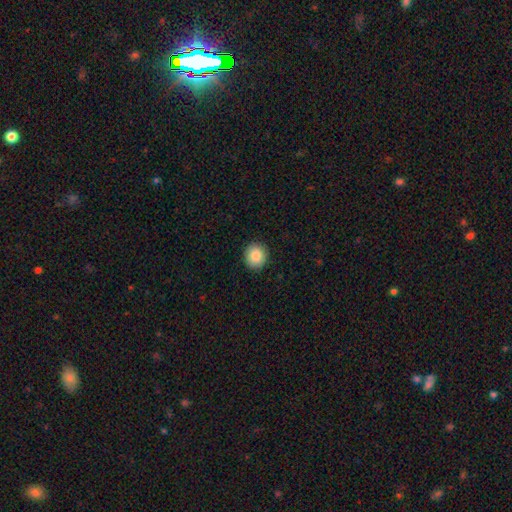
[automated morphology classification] Smooth or featured?
  - smooth: 88% *
  - star or artifact: 8%
  - featured or disk: 4%
How rounded?
  - round: 81% *
  - in between: 18%
  - cigar-shaped: 1%
Merging?
  - none: 91% *
  - minor disturbance: 6%
  - major disturbance: 2%
  - merger: 1%